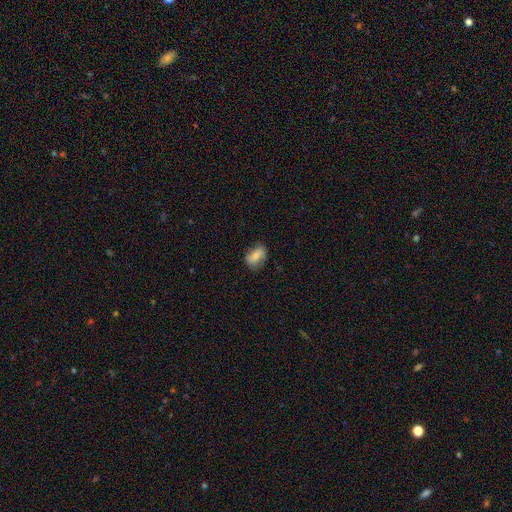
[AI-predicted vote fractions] smooth 68%, featured or disk 24%, star or artifact 8%. Down the decision tree: how rounded — in between (83%); merging — none (72%).